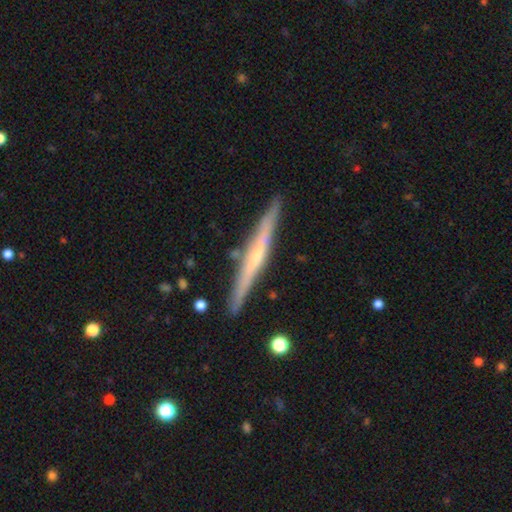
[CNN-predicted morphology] Smooth or featured?
  - featured or disk: 68% *
  - smooth: 26%
  - star or artifact: 6%
Edge-on disk?
  - yes: 97% *
  - no: 3%
Edge-on bulge?
  - rounded: 50% *
  - none: 43%
  - boxy: 6%
Merging?
  - none: 89% *
  - minor disturbance: 8%
  - merger: 2%
  - major disturbance: 1%